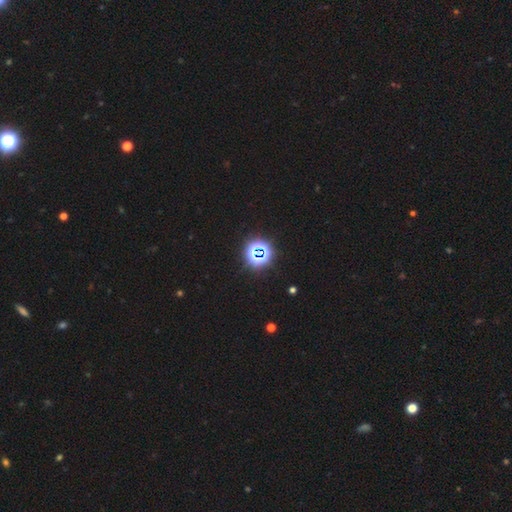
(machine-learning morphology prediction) This appears to be a star or artifact, not a galaxy (74%).